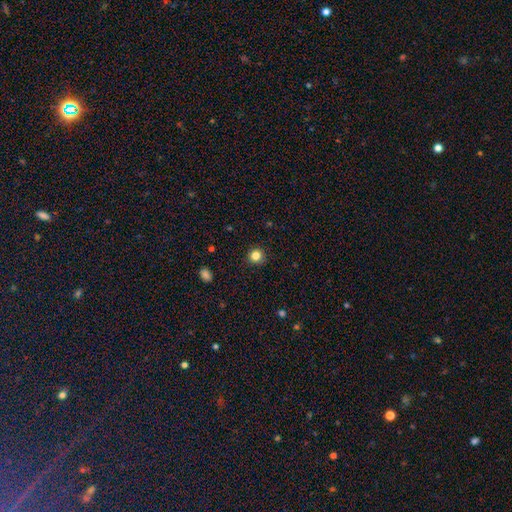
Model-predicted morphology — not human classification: A smooth galaxy with no disk features (83%) that is round (93%).

Vote fractions:
- Smooth or featured? smooth: 83% / star or artifact: 12% / featured or disk: 5%
- How rounded? round: 93% / in between: 6% / cigar-shaped: 1%
- Merging? none: 92% / minor disturbance: 6% / major disturbance: 2% / merger: 1%